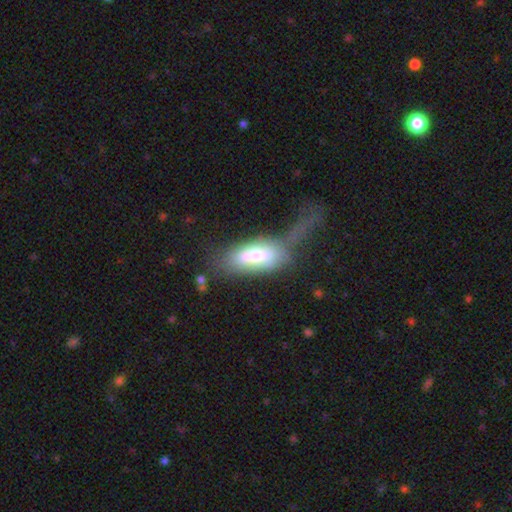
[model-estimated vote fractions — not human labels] A smooth galaxy with no disk features (66%) that is in between round and cigar-shaped (81%). Merging: major disturbance (41%).